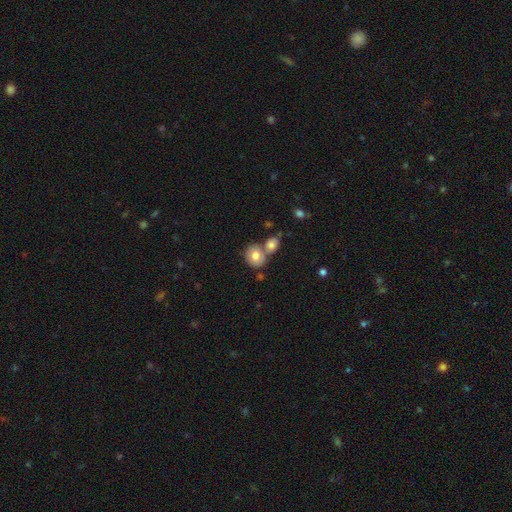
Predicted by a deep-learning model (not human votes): This is likely a smooth galaxy (76%). How rounded: likely round (69%). Merging: possibly merger (47%).